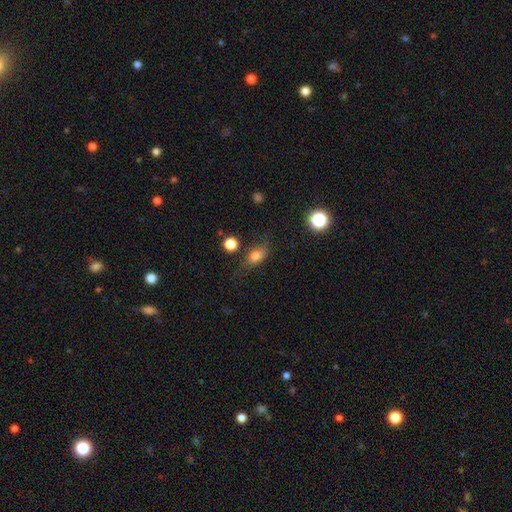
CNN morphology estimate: This appears to be a smooth galaxy with no disk features (76%) that is in between round and cigar-shaped (72%). Merging: none (63%).